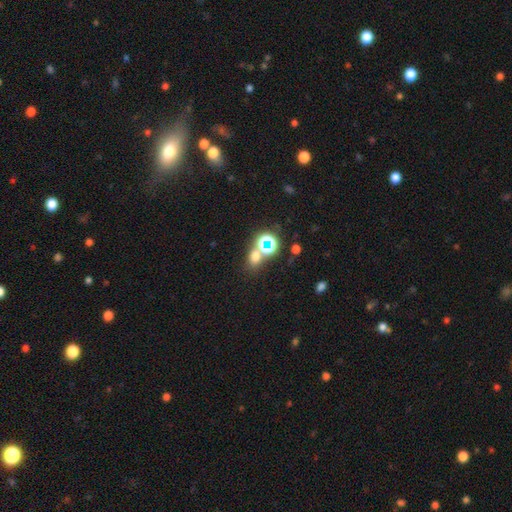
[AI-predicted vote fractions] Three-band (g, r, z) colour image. It shows a smooth galaxy with no disk features (56%) that is round (59%). Merging: none (61%).